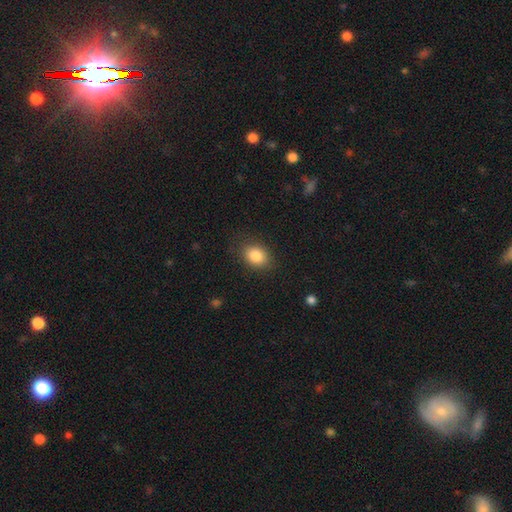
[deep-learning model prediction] The model was most divided on "how rounded": in between: 65%, round: 34%, cigar-shaped: 1%. More confident: smooth or featured — smooth (86%); merging — none (83%).